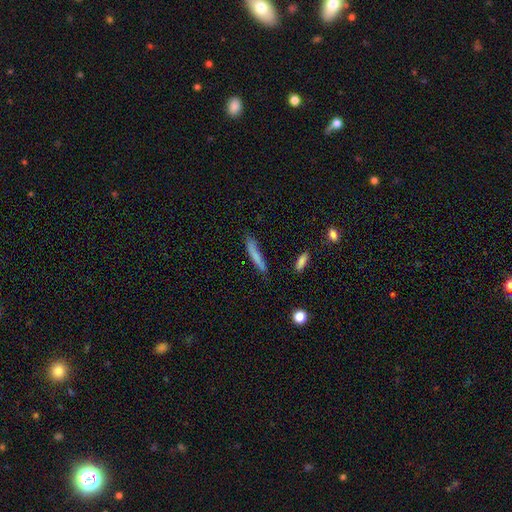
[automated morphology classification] type=smooth (74%); roundness=cigar-shaped (92%); merging=none (77%).